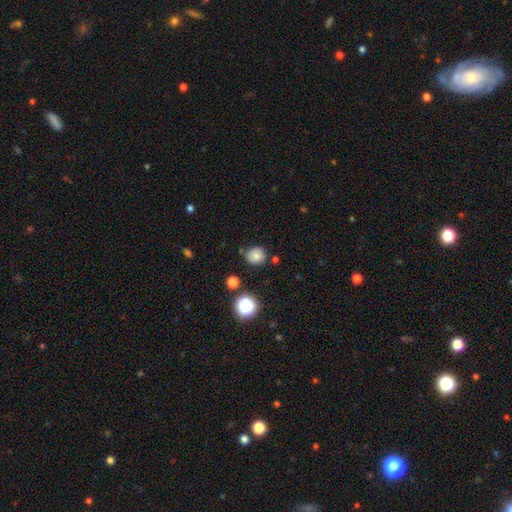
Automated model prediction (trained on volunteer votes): smooth_or_featured: smooth (p=0.79) [alt: star or artifact p=0.14]
how_rounded: round (p=0.84) [alt: in between p=0.15]
merging: none (p=0.75) [alt: minor disturbance p=0.16]